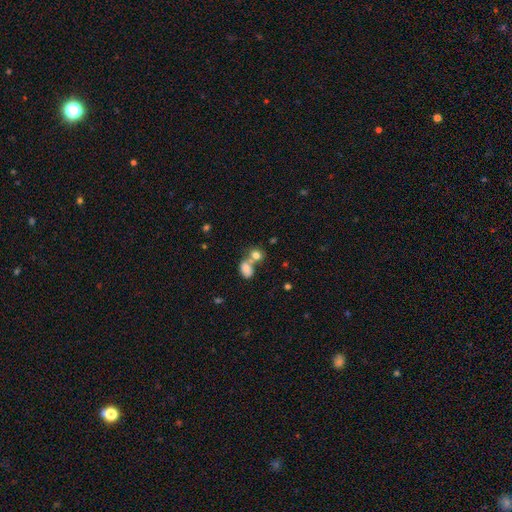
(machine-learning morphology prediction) type=smooth (78%); roundness=in between (54%); merging=merger (51%).